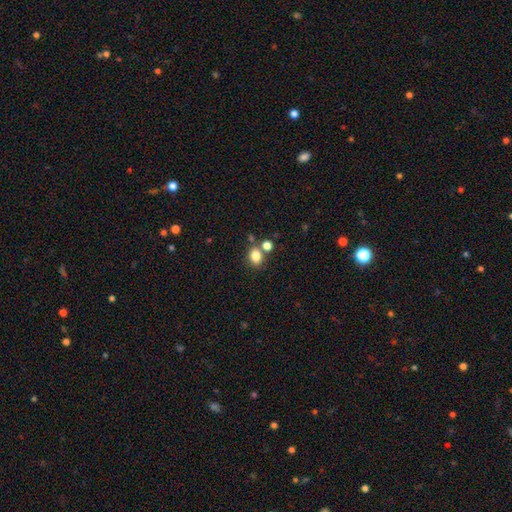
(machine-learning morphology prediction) Smooth or featured? smooth (81%)
How rounded? round (51%)
Merging? none (63%)